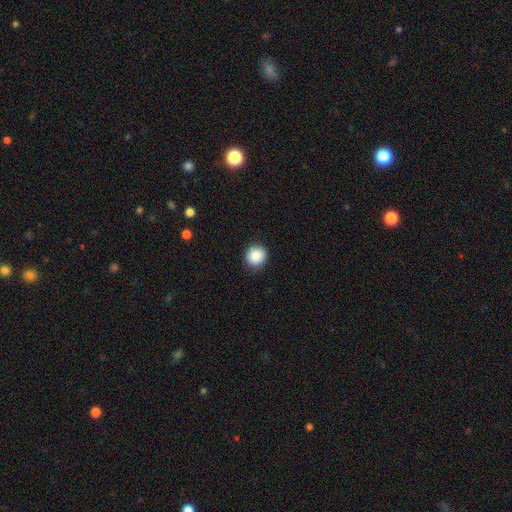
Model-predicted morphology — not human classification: Smooth or featured?
  - smooth: 88% *
  - star or artifact: 8%
  - featured or disk: 4%
How rounded?
  - round: 91% *
  - in between: 8%
  - cigar-shaped: 1%
Merging?
  - none: 90% *
  - minor disturbance: 7%
  - major disturbance: 2%
  - merger: 1%